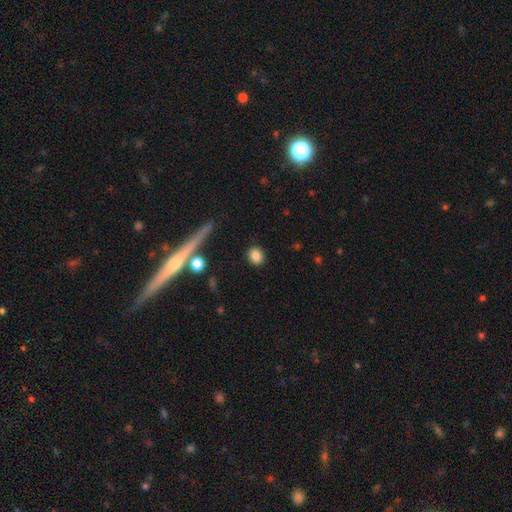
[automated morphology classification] A smooth galaxy with no disk features (84%) that is round (62%).

Vote fractions:
- Smooth or featured? smooth: 84% / star or artifact: 9% / featured or disk: 6%
- How rounded? round: 62% / in between: 36% / cigar-shaped: 2%
- Merging? none: 89% / minor disturbance: 7% / major disturbance: 2% / merger: 2%